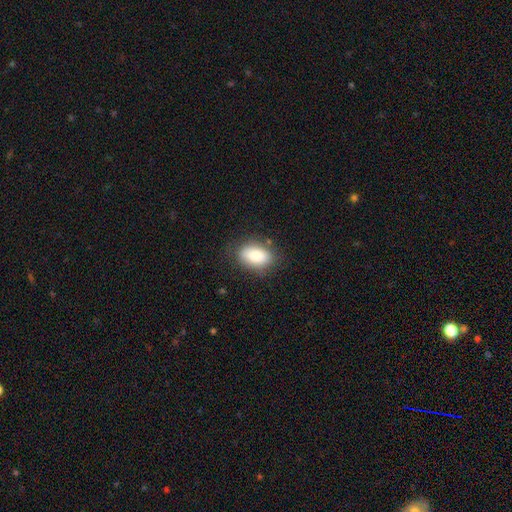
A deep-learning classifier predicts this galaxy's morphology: This appears to be a smooth galaxy with no disk features (85%) that is in between round and cigar-shaped (90%). Merging: none (77%).